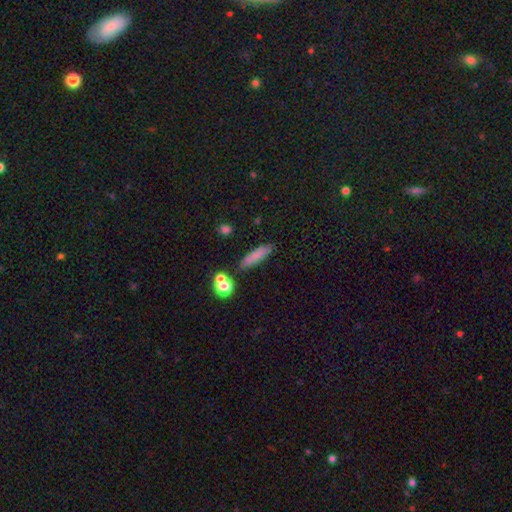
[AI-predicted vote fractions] Smooth or featured? smooth (78%)
How rounded? cigar-shaped (70%)
Merging? none (81%)